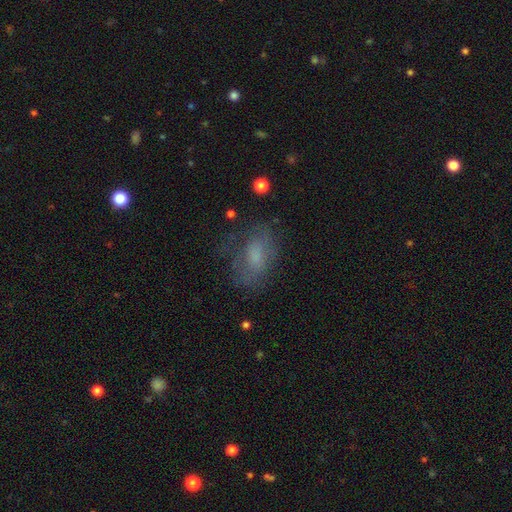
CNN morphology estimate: The model was most divided on "smooth or featured": smooth: 59%, featured or disk: 29%, star or artifact: 12%. More confident: how rounded — in between (85%); merging — none (56%).